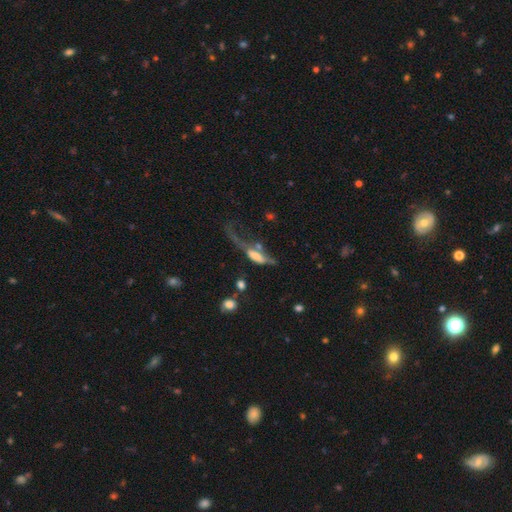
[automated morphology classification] This is possibly a smooth galaxy (48%). Merging: possibly major disturbance (54%).